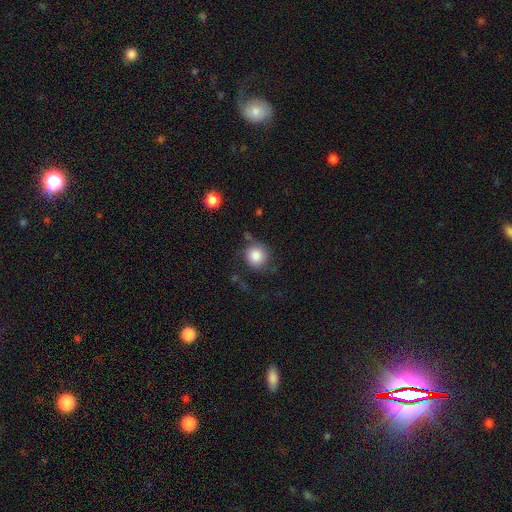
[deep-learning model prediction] Morphology: type=smooth (83%); roundness=round (90%); merging=none (65%).